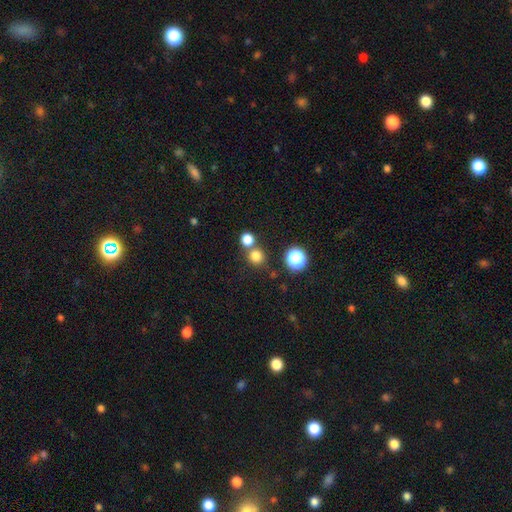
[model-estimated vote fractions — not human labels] smooth 77%, star or artifact 17%, featured or disk 6%. Down the decision tree: how rounded — round (91%); merging — none (67%).